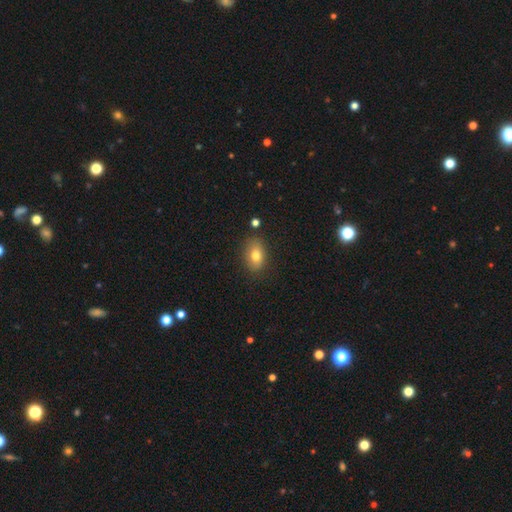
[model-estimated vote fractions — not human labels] The model was most divided on "smooth or featured": smooth: 77%, featured or disk: 14%, star or artifact: 10%. More confident: merging — none (81%); how rounded — in between (81%).